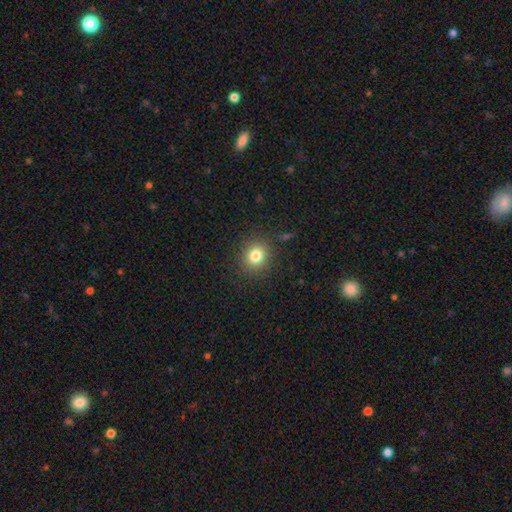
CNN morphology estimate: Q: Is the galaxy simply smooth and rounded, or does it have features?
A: smooth — 81%.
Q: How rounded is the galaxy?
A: round — 81%.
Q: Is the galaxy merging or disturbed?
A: none — 88%.